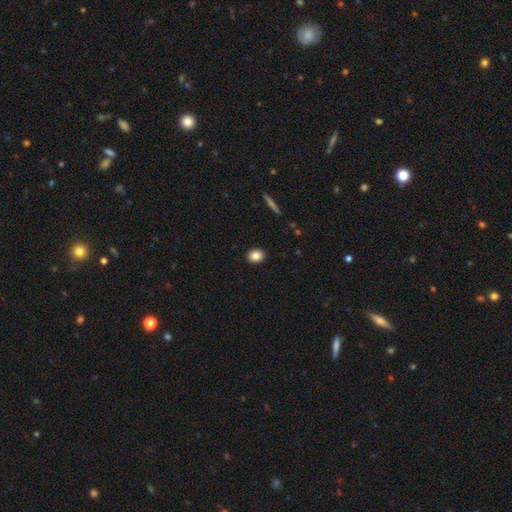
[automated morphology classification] Smooth or featured? smooth (85%)
How rounded? in between (55%)
Merging? none (91%)